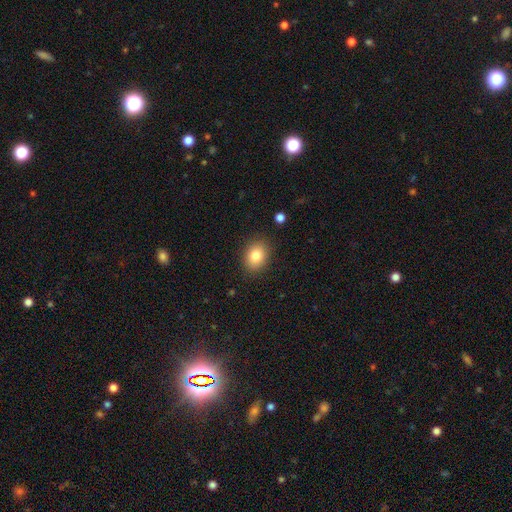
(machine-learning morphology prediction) A smooth galaxy with no disk features (83%) that is in between round and cigar-shaped (58%). Merging: none (87%).